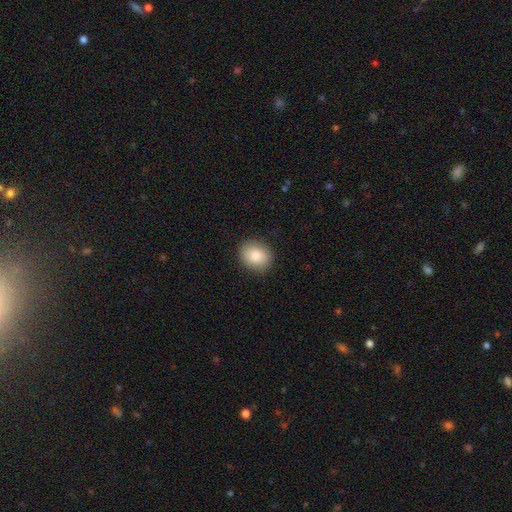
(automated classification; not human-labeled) Morphology: type=smooth (86%); roundness=round (63%); merging=none (89%).